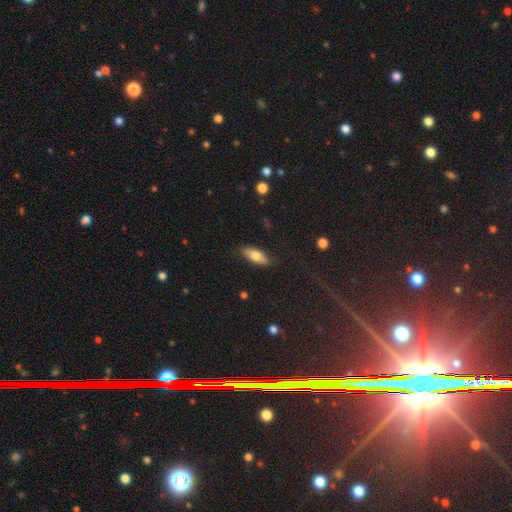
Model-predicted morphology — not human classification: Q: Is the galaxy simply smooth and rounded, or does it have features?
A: smooth — 71%.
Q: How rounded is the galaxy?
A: in between — 77%.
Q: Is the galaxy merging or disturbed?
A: none — 82%.